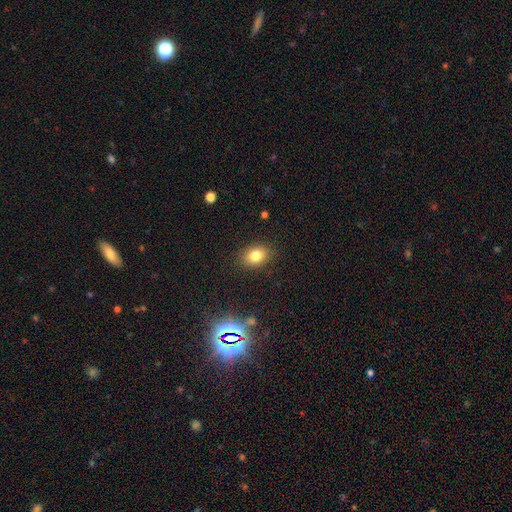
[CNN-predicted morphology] The model was most divided on "how rounded": in between: 74%, round: 25%, cigar-shaped: 1%. More confident: merging — none (86%); smooth or featured — smooth (80%).